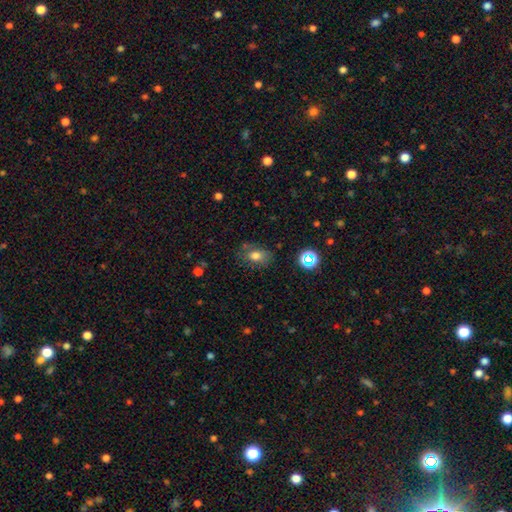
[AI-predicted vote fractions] This appears to be a smooth galaxy with no disk features (74%) that is in between round and cigar-shaped (77%). Merging: none (70%).